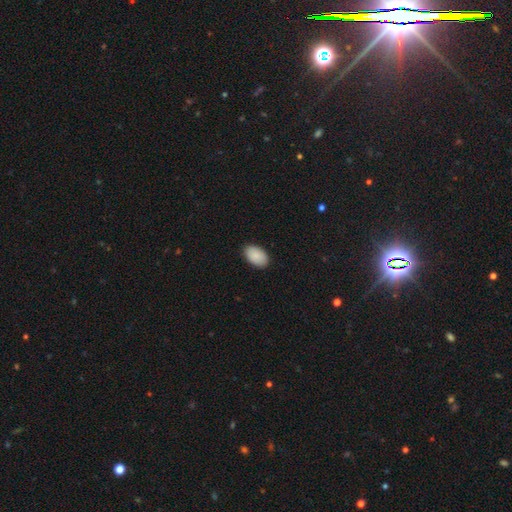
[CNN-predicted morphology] smooth-or-featured: smooth: 90% | star or artifact: 6% | featured or disk: 4%
  how-rounded: in between: 93% | round: 6% | cigar-shaped: 1%
  merging: none: 89% | minor disturbance: 9% | major disturbance: 2% | merger: 1%